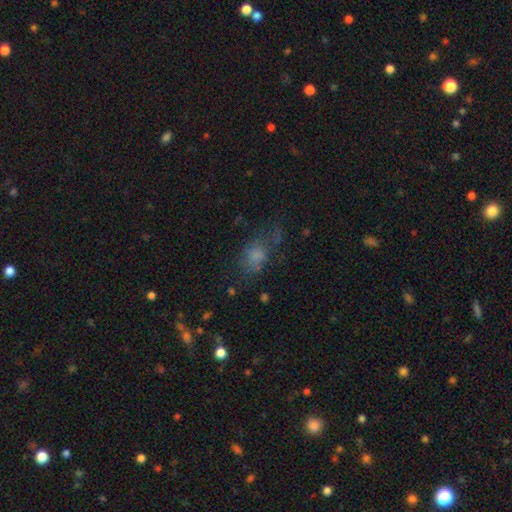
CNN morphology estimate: A smooth galaxy with no disk features (68%) that is in between round and cigar-shaped (69%). Merging: none (46%).